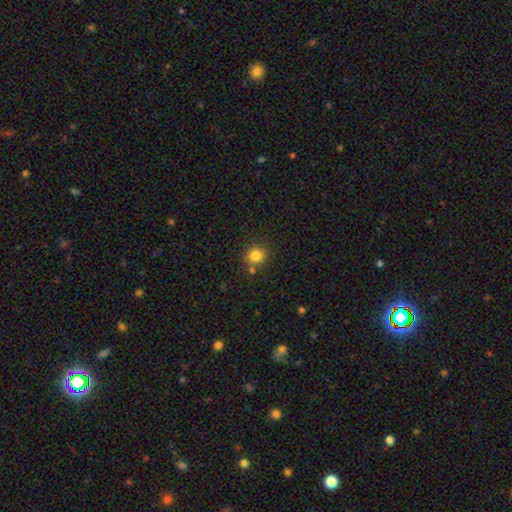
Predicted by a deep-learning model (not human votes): smooth_or_featured: smooth (p=0.82) [alt: star or artifact p=0.12]
how_rounded: round (p=0.84) [alt: in between p=0.15]
merging: none (p=0.77) [alt: minor disturbance p=0.10]